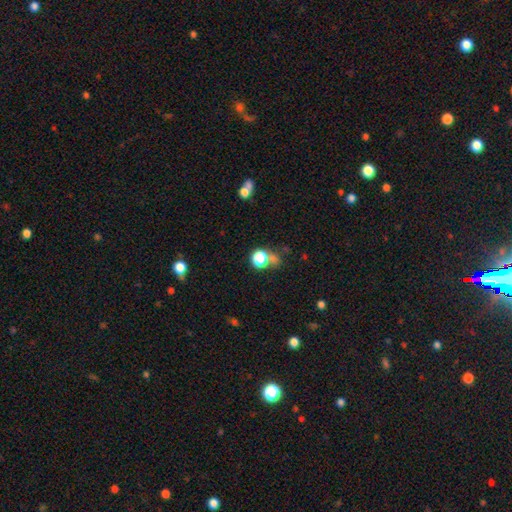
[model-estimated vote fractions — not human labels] Smooth or featured: star or artifact — 47% (smooth — 45%)